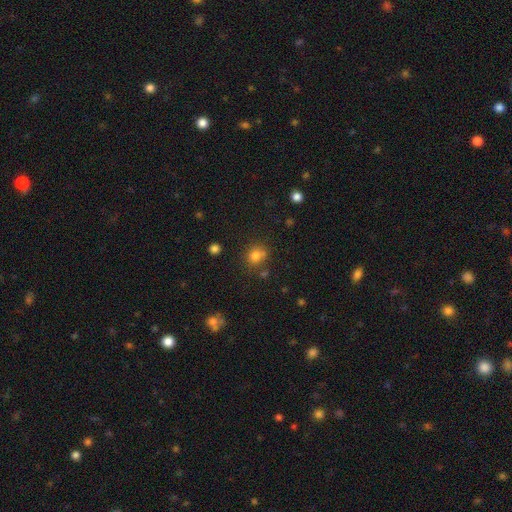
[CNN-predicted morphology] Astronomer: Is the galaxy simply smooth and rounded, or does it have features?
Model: smooth — 78%.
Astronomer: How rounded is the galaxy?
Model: round — 73%.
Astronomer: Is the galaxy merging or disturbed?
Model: none — 66%.